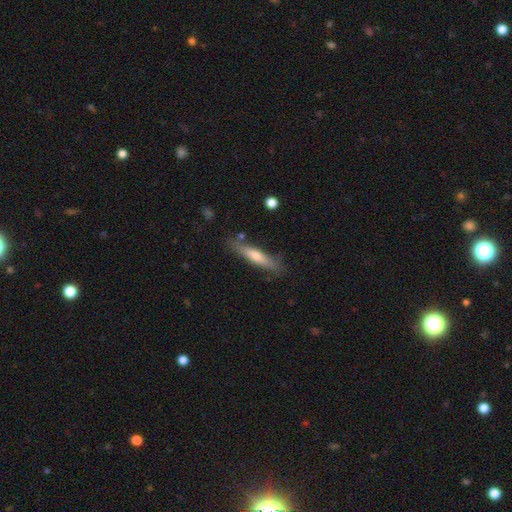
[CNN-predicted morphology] Smooth or featured? smooth (55%)
How rounded? cigar-shaped (87%)
Merging? none (81%)